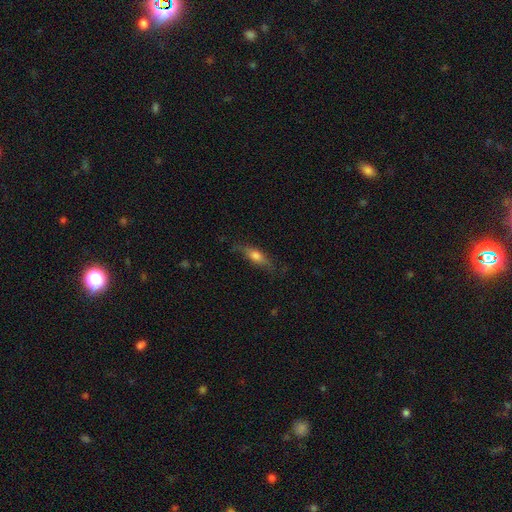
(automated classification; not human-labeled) smooth_or_featured: smooth (p=0.56) [alt: featured or disk p=0.36]
how_rounded: cigar-shaped (p=0.49) [alt: in between p=0.47]
merging: none (p=0.68) [alt: minor disturbance p=0.23]